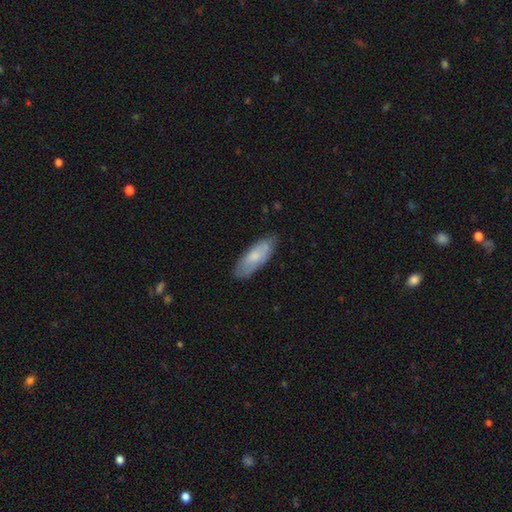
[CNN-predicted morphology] Smooth or featured? smooth (71%)
How rounded? in between (71%)
Merging? none (78%)